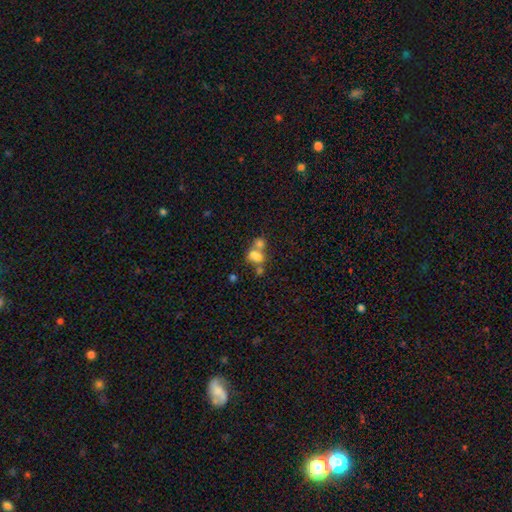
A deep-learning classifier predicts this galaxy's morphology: smooth 65%, featured or disk 22%, star or artifact 14%. Down the decision tree: how rounded — in between (68%); merging — merger (63%).